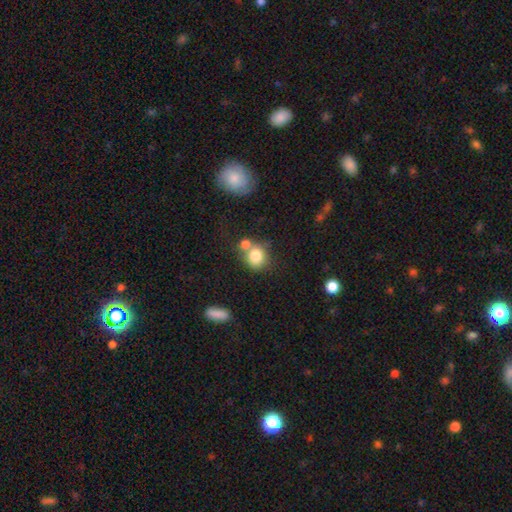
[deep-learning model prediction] smooth-or-featured: smooth: 81% | star or artifact: 10% | featured or disk: 9%
  how-rounded: round: 71% | in between: 28% | cigar-shaped: 1%
  merging: none: 48% | merger: 35% | minor disturbance: 12% | major disturbance: 5%